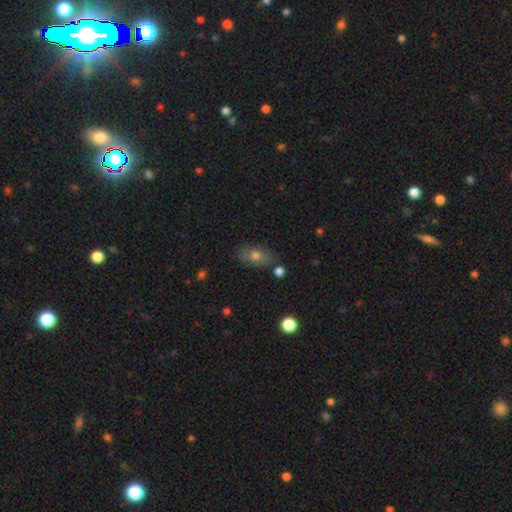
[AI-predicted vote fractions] Smooth or featured? smooth (71%)
How rounded? in between (84%)
Merging? none (80%)